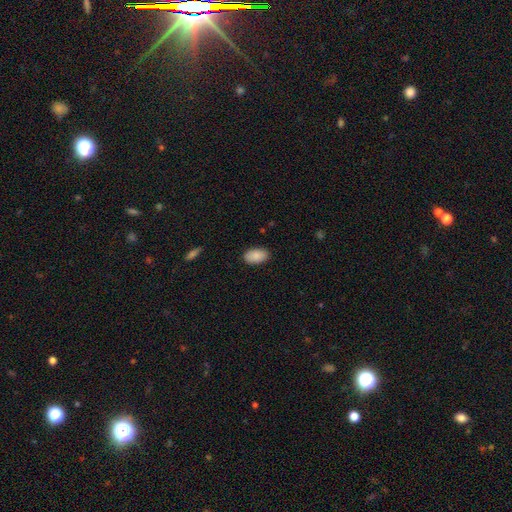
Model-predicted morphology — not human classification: A smooth galaxy with no disk features (89%) that is in between round and cigar-shaped (94%). Merging: none (88%).